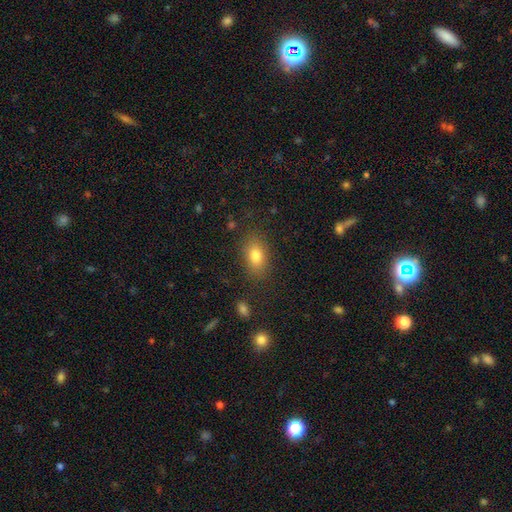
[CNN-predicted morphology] A smooth galaxy with no disk features (79%) that is in between round and cigar-shaped (83%). Merging: none (83%).